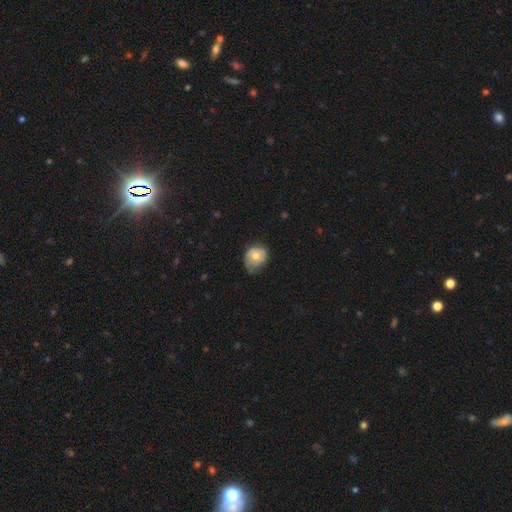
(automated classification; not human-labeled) smooth-or-featured: smooth: 49% | featured or disk: 44% | star or artifact: 7%
  merging: none: 43% | minor disturbance: 39% | major disturbance: 17% | merger: 2%